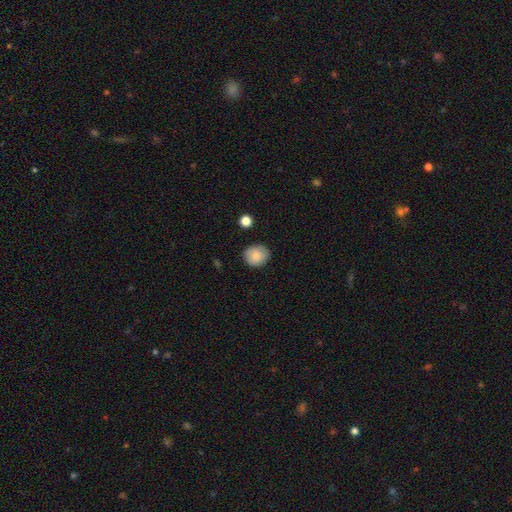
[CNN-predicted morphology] The model was most divided on "how rounded": round: 70%, in between: 29%, cigar-shaped: 1%. More confident: smooth or featured — smooth (86%); merging — none (83%).